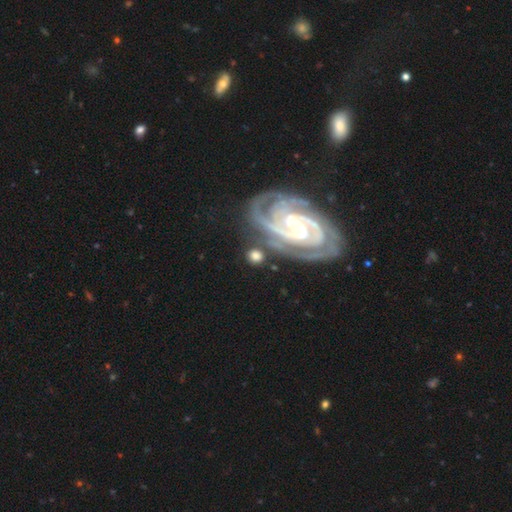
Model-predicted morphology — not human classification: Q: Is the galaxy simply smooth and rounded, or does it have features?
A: featured or disk — 47%.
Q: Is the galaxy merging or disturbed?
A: none — 72%.